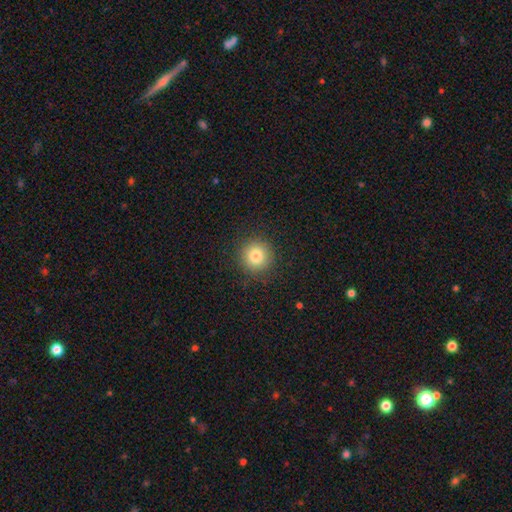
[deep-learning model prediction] The model was most divided on "smooth or featured": smooth: 81%, star or artifact: 11%, featured or disk: 8%. More confident: how rounded — round (94%); merging — none (90%).